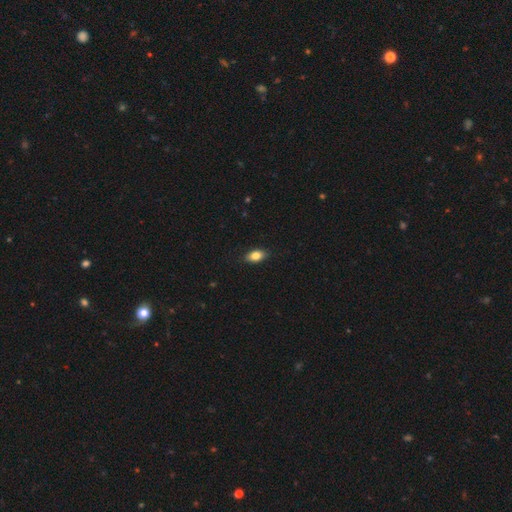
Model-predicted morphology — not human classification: A smooth galaxy with no disk features (82%) that is in between round and cigar-shaped (89%).

Vote fractions:
- Smooth or featured? smooth: 82% / featured or disk: 10% / star or artifact: 8%
- How rounded? in between: 89% / round: 7% / cigar-shaped: 4%
- Merging? none: 88% / minor disturbance: 9% / major disturbance: 2% / merger: 1%